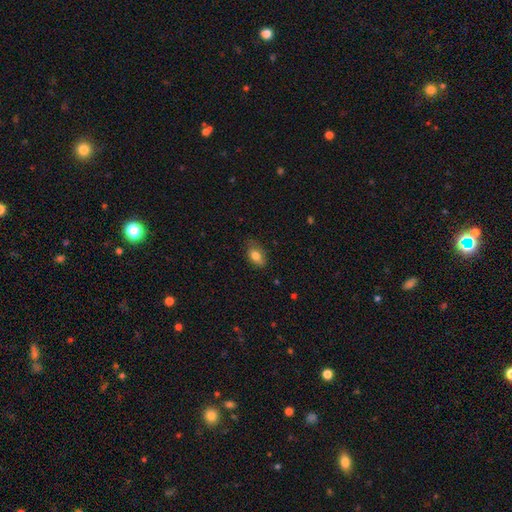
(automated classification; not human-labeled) The model was most divided on "merging": none: 68%, minor disturbance: 25%, major disturbance: 5%, merger: 1%. More confident: how rounded — in between (86%); smooth or featured — smooth (77%).